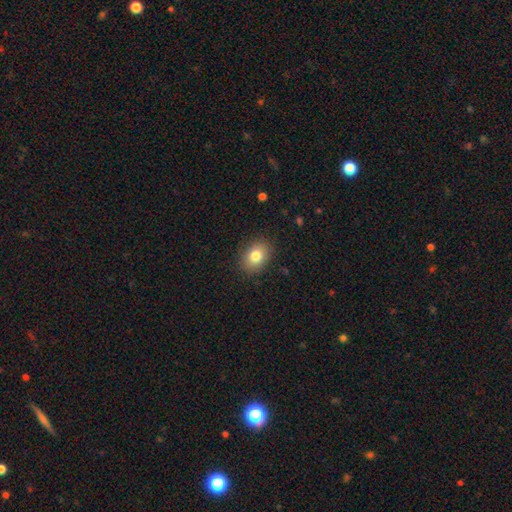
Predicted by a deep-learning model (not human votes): A smooth galaxy with no disk features (82%) that is in between round and cigar-shaped (67%). Merging: none (87%).